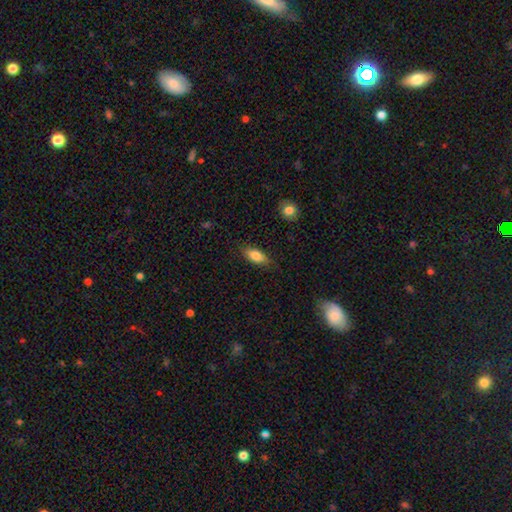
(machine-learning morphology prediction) type=smooth (81%); roundness=in between (82%); merging=none (81%).